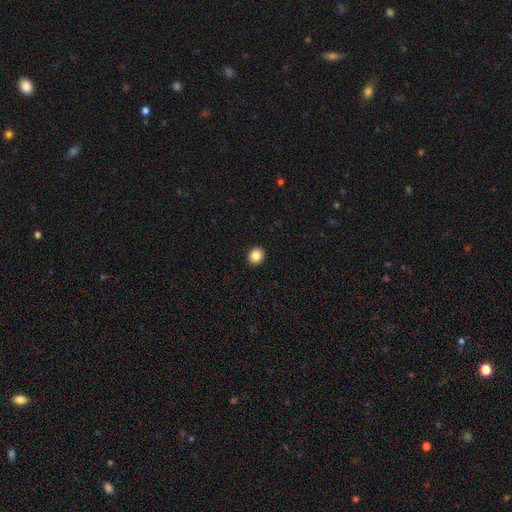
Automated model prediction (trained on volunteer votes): Q: Smooth or featured?
A: smooth (86%); runner-up: star or artifact (9%)
Q: How rounded?
A: round (83%); runner-up: in between (17%)
Q: Merging?
A: none (93%); runner-up: minor disturbance (4%)